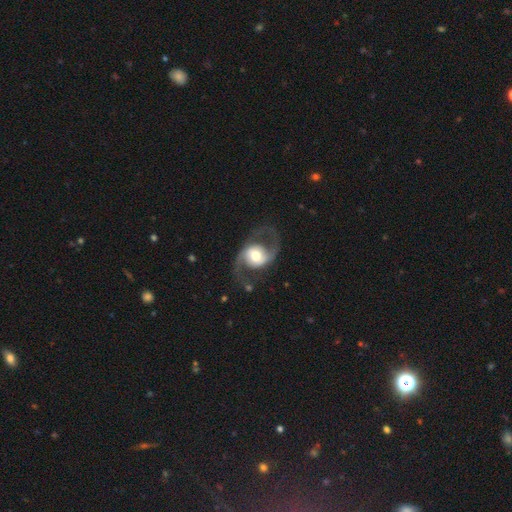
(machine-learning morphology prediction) Smooth or featured? Predicted: featured or disk (p=0.83). Edge-on disk? Predicted: no (p=0.97). Bar? Predicted: no (p=0.57). Spiral arms? Predicted: yes (p=0.90). Spiral winding? Predicted: loose (p=0.50). Spiral arm count? Predicted: 2 (p=0.93). Bulge size? Predicted: moderate (p=0.58). Merging? Predicted: none (p=0.70).